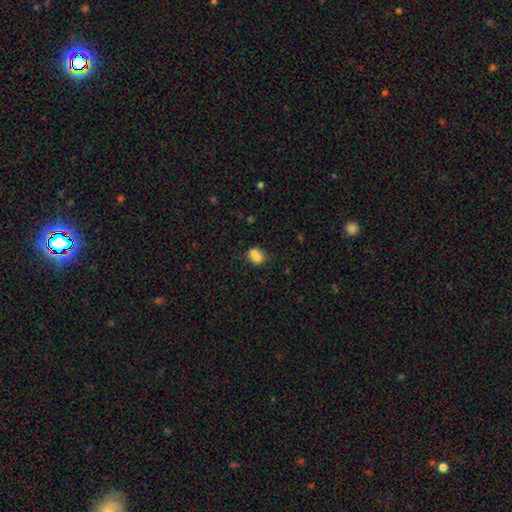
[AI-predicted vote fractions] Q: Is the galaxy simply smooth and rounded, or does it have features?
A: smooth — 73%.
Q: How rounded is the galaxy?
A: round — 57%.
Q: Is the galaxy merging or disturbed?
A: merger — 53%.